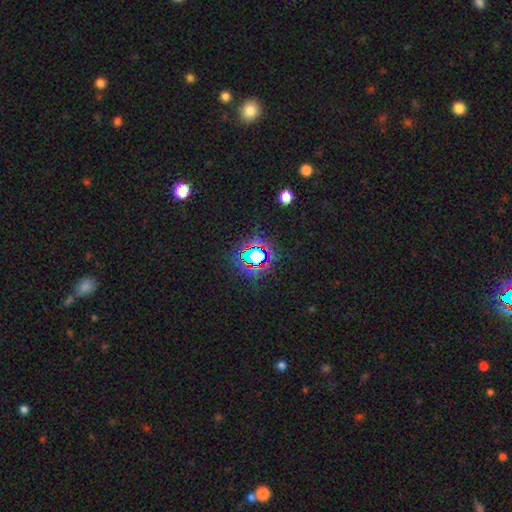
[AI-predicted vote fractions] Smooth or featured?
  - star or artifact: 69% *
  - smooth: 19%
  - featured or disk: 11%